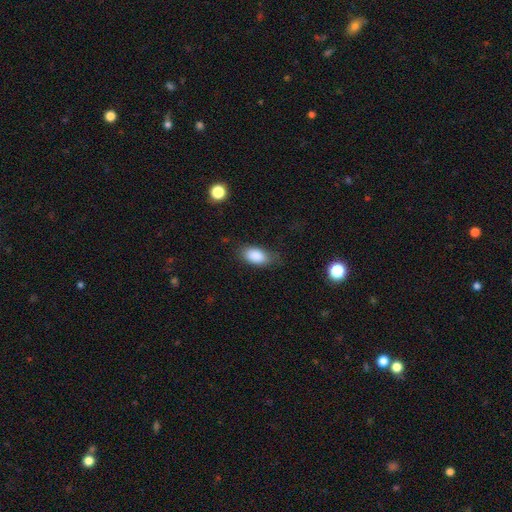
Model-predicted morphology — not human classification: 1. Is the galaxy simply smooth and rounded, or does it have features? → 87% smooth, 7% star or artifact, 5% featured or disk.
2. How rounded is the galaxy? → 91% in between, 6% round, 3% cigar-shaped.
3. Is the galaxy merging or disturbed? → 70% none, 22% minor disturbance, 7% major disturbance, 2% merger.